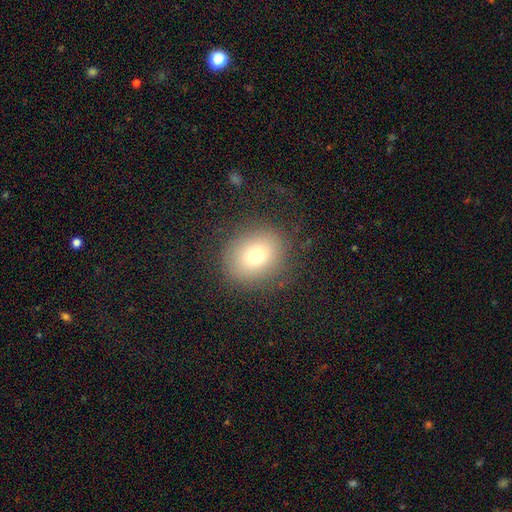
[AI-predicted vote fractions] A smooth galaxy with no disk features (74%) that is round (69%). Merging: none (79%).